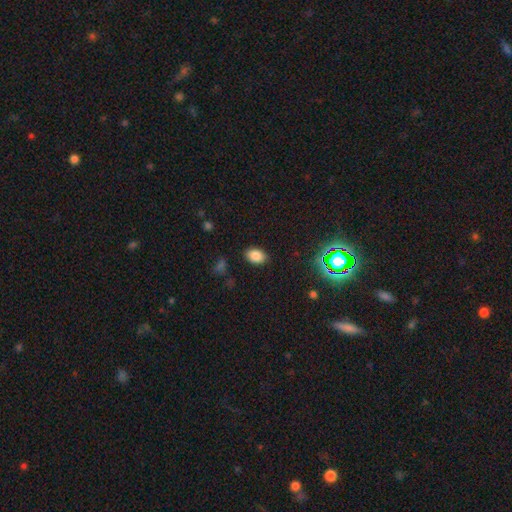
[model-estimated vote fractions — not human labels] smooth-or-featured: smooth: 83% | star or artifact: 12% | featured or disk: 5%
  how-rounded: in between: 85% | round: 14% | cigar-shaped: 1%
  merging: none: 86% | minor disturbance: 10% | major disturbance: 3% | merger: 1%